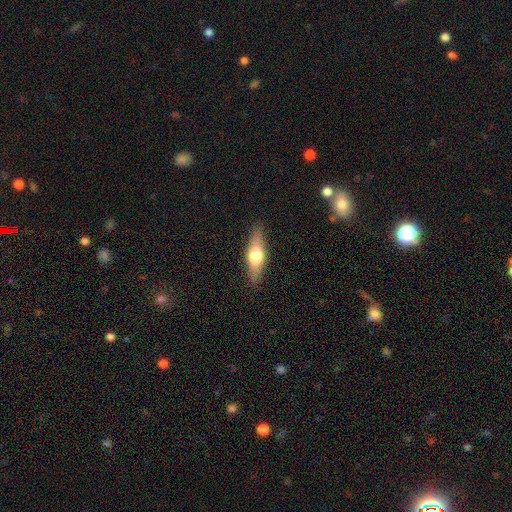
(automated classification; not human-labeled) This appears to be a smooth galaxy with no disk features (51%) that is cigar-shaped (51%). Merging: none (88%).